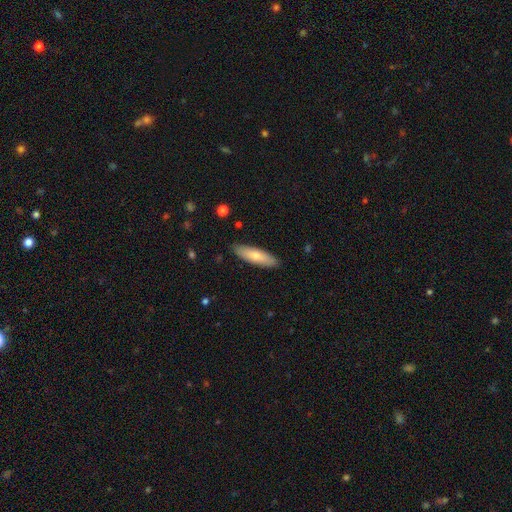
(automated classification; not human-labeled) smooth_or_featured: smooth (p=0.68) [alt: featured or disk p=0.26]
how_rounded: cigar-shaped (p=0.58) [alt: in between p=0.40]
merging: none (p=0.88) [alt: minor disturbance p=0.09]